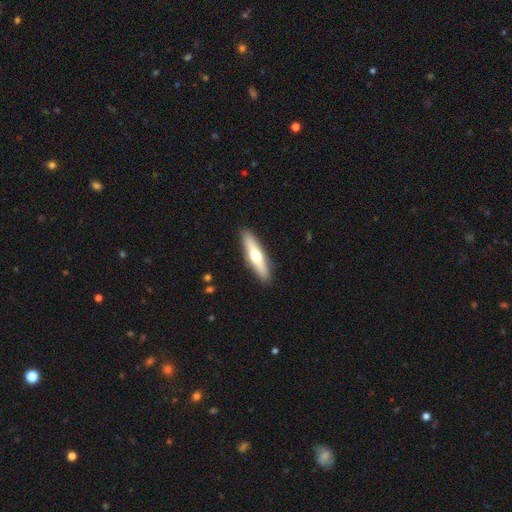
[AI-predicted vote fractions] smooth_or_featured: smooth (p=0.50) [alt: featured or disk p=0.45]
merging: none (p=0.91) [alt: minor disturbance p=0.07]